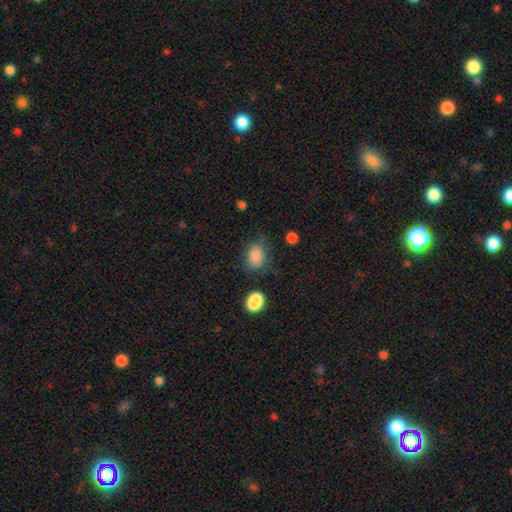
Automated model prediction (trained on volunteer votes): smooth 85%, star or artifact 10%, featured or disk 6%. Down the decision tree: how rounded — in between (71%); merging — none (66%).